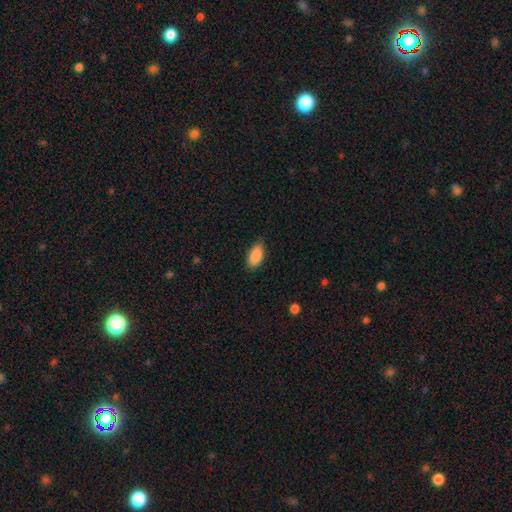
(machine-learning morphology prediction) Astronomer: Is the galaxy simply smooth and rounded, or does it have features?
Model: smooth — 89%.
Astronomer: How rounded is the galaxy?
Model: in between — 92%.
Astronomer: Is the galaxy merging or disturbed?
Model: none — 84%.